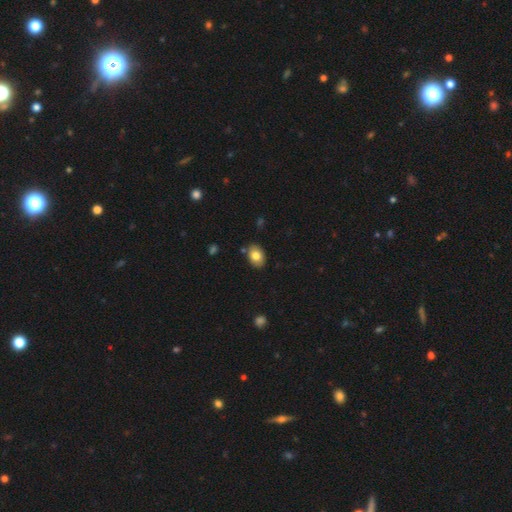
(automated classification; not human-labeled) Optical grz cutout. It shows a smooth galaxy with no disk features (80%) that is in between round and cigar-shaped (78%). Merging: none (84%).